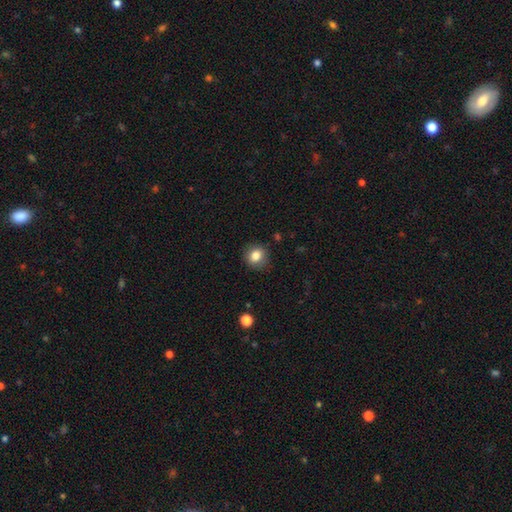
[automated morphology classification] type=smooth (83%); roundness=round (78%); merging=none (85%).